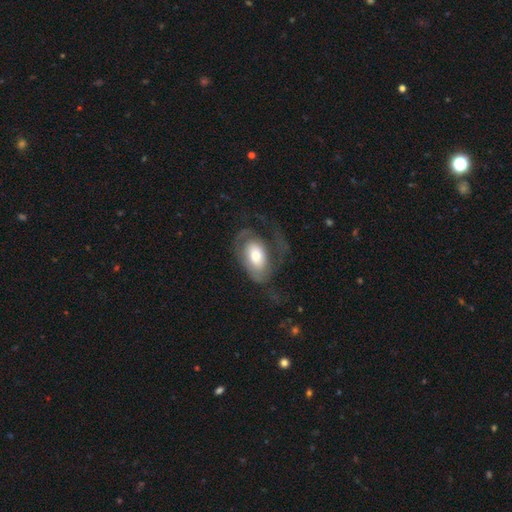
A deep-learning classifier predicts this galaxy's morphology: The model was most divided on "smooth or featured": featured or disk: 50%, smooth: 44%, star or artifact: 6%. Remaining: edge-on disk — no (93%); merging — major disturbance (45%).